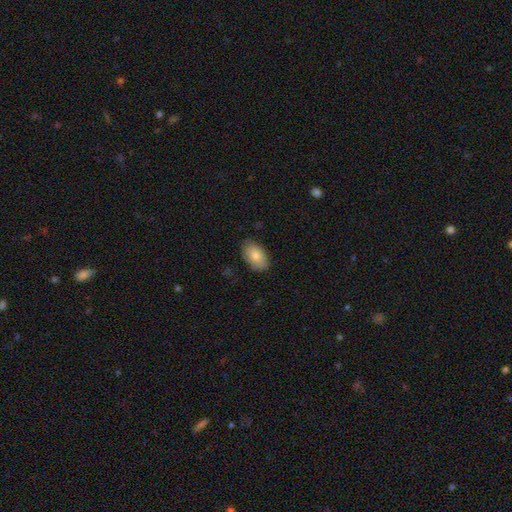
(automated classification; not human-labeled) Morphology: type=smooth (82%); roundness=in between (93%); merging=none (83%).